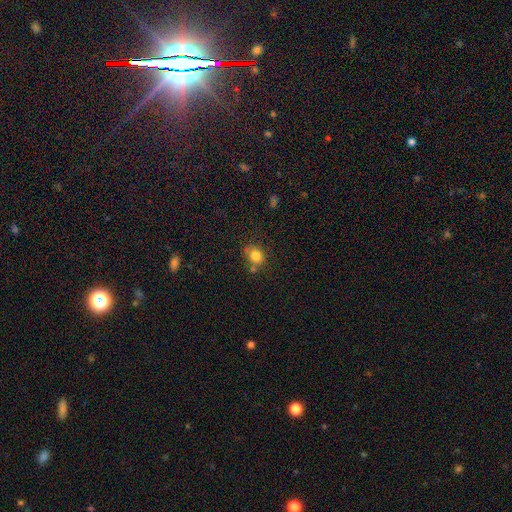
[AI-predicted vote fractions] smooth 80%, star or artifact 11%, featured or disk 9%. Down the decision tree: how rounded — round (57%); merging — none (60%).